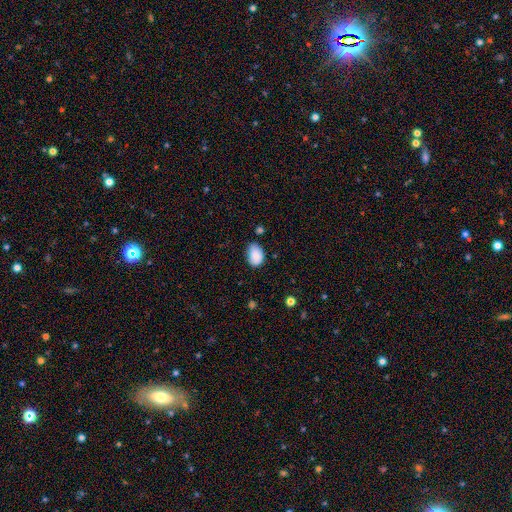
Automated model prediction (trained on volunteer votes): smooth_or_featured: smooth (p=0.87) [alt: star or artifact p=0.07]
how_rounded: in between (p=0.86) [alt: round p=0.13]
merging: none (p=0.63) [alt: minor disturbance p=0.29]